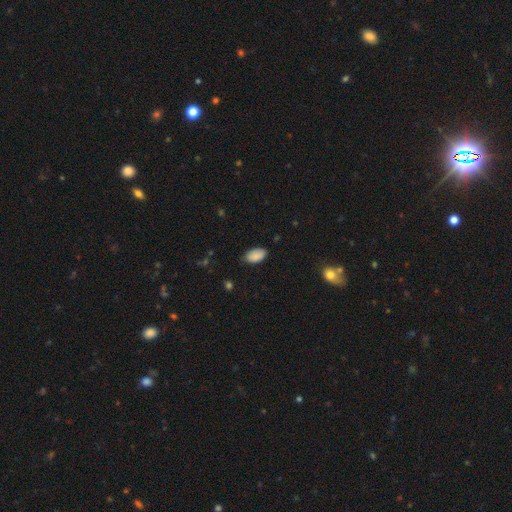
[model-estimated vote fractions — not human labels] Q: Smooth or featured?
A: smooth (87%); runner-up: star or artifact (7%)
Q: How rounded?
A: in between (95%); runner-up: round (3%)
Q: Merging?
A: none (80%); runner-up: minor disturbance (16%)